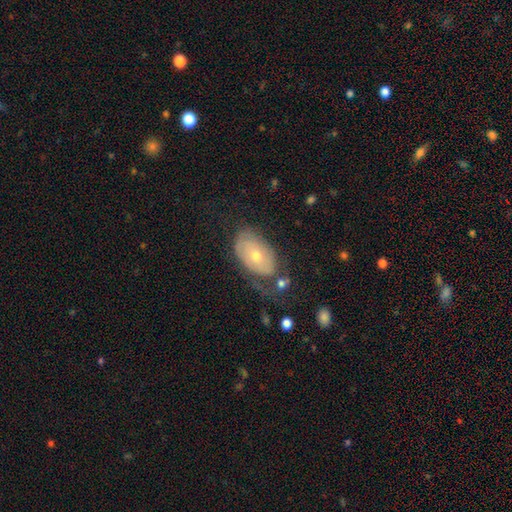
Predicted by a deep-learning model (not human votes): Smooth or featured? Predicted: featured or disk (p=0.53). Edge-on disk? Predicted: no (p=0.91). Merging? Predicted: none (p=0.46).